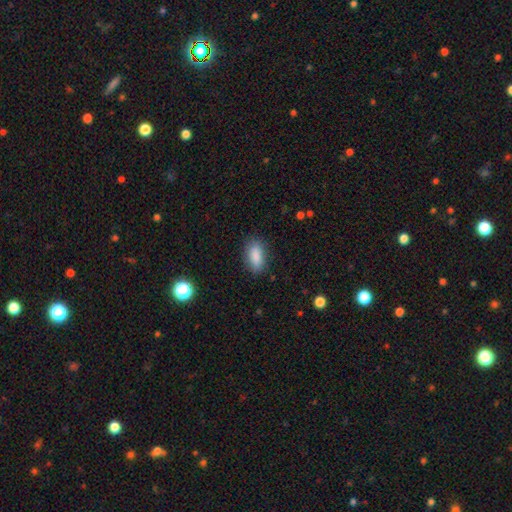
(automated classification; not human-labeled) A smooth galaxy with no disk features (87%) that is in between round and cigar-shaped (85%). Merging: none (84%).